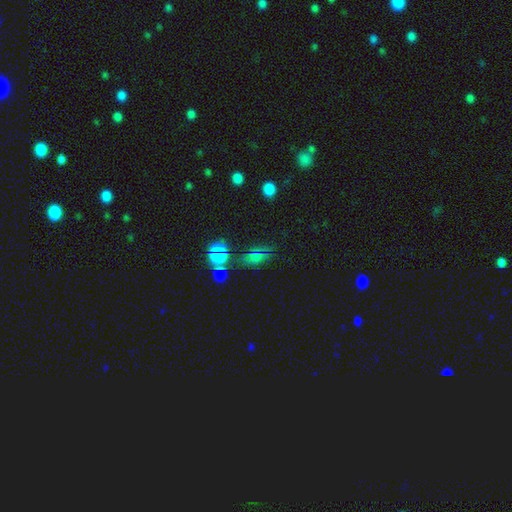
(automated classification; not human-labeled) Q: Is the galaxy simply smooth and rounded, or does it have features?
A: smooth — 54%.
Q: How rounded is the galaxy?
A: in between — 74%.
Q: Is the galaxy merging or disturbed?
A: none — 73%.